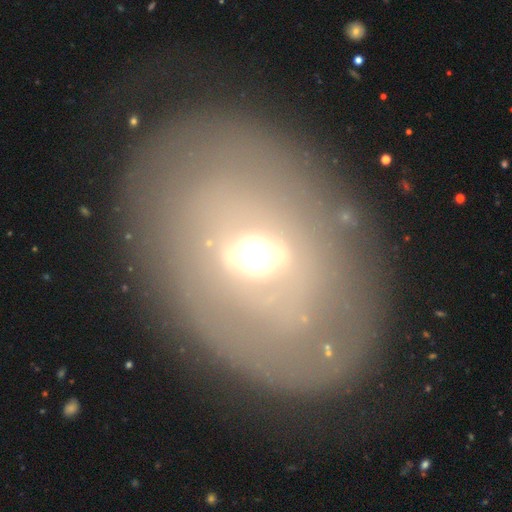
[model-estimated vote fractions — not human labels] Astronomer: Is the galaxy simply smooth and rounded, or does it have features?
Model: featured or disk — 55% (runner-up: smooth, 34%).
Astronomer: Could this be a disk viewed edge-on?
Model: no — 88%.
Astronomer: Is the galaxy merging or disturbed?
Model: none — 74%.